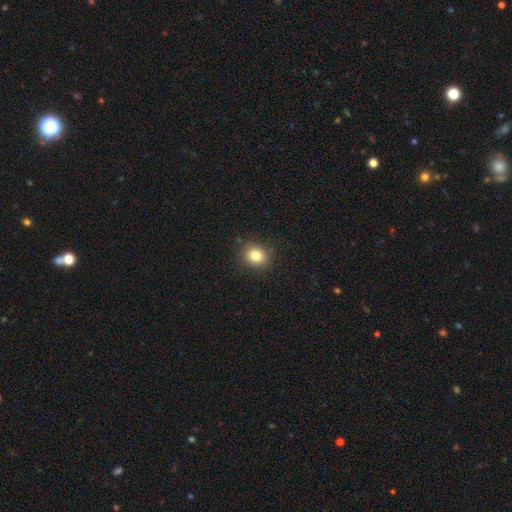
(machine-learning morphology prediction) A smooth galaxy with no disk features (82%) that is round (76%).

Vote fractions:
- Smooth or featured? smooth: 82% / star or artifact: 12% / featured or disk: 6%
- How rounded? round: 76% / in between: 23% / cigar-shaped: 1%
- Merging? none: 89% / minor disturbance: 8% / major disturbance: 2% / merger: 1%